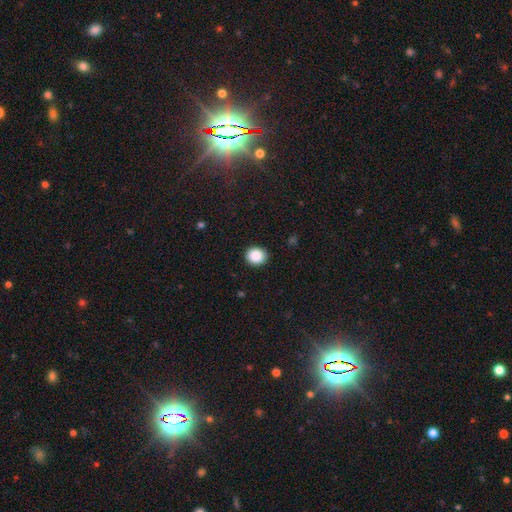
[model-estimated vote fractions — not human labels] smooth_or_featured: smooth (p=0.88) [alt: star or artifact p=0.09]
how_rounded: round (p=0.83) [alt: in between p=0.16]
merging: none (p=0.90) [alt: minor disturbance p=0.07]